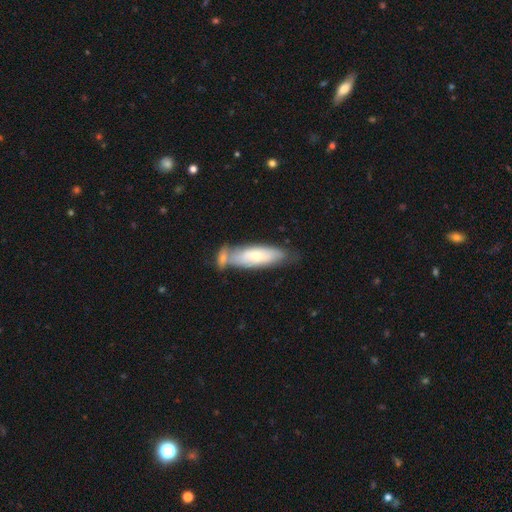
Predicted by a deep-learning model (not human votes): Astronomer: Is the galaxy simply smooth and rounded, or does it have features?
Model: smooth — 54% (runner-up: featured or disk, 41%).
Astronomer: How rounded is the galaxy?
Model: in between — 56% (runner-up: cigar-shaped, 42%).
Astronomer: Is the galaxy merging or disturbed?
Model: none — 42% (runner-up: merger, 34%).